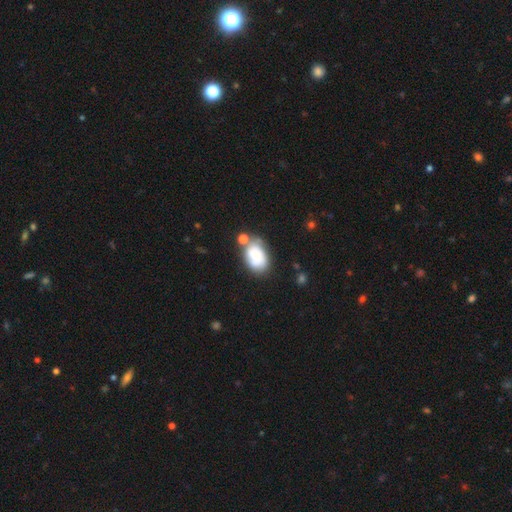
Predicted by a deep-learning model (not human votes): Morphology: type=smooth (62%); roundness=in between (87%); merging=none (51%).